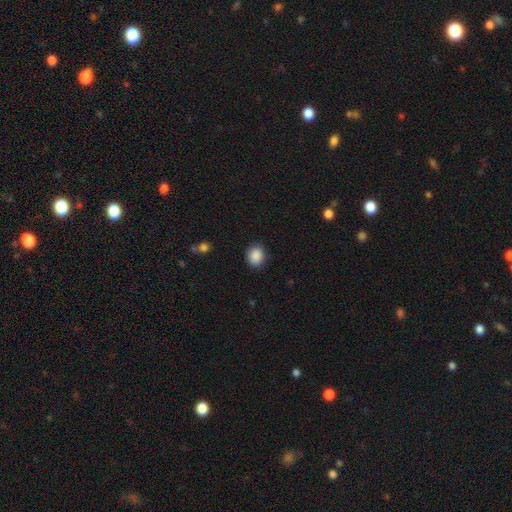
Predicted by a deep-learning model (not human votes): Smooth or featured? Predicted: smooth (p=0.89). How rounded? Predicted: round (p=0.65). Merging? Predicted: none (p=0.86).